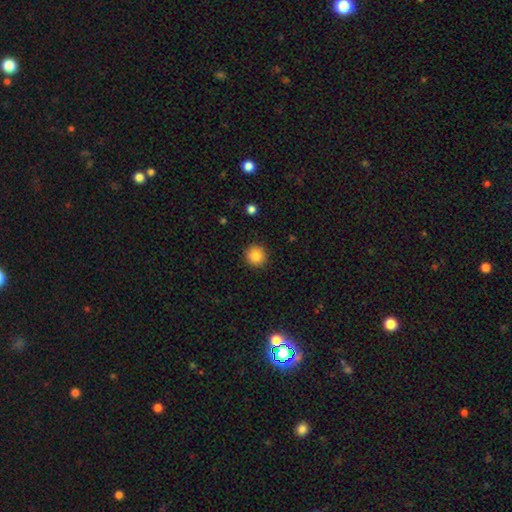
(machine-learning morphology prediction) smooth_or_featured: smooth (p=0.85) [alt: star or artifact p=0.10]
how_rounded: round (p=0.95) [alt: in between p=0.04]
merging: none (p=0.92) [alt: minor disturbance p=0.06]